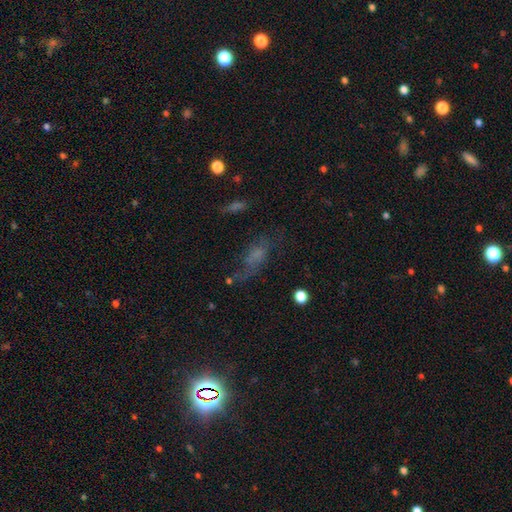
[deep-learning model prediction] The model was most divided on "smooth or featured": smooth: 41%, featured or disk: 35%, star or artifact: 24%. Remaining: merging — none (41%).